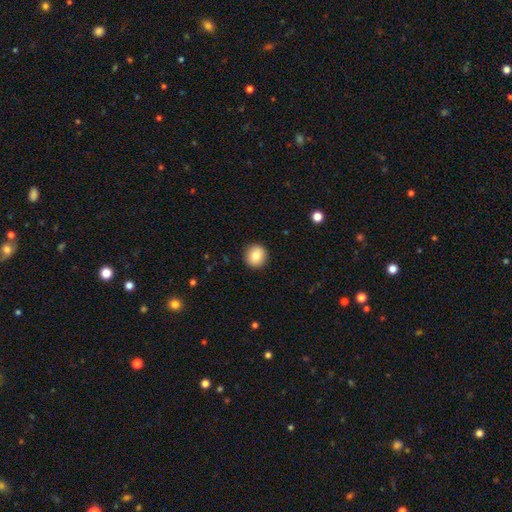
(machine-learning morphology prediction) Smooth or featured? smooth (81%)
How rounded? round (93%)
Merging? none (92%)